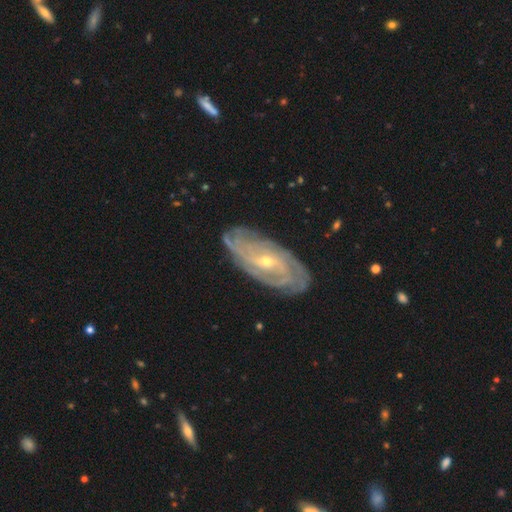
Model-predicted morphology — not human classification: A featured or disk galaxy (82%) with no bar (54%), tight (76%) spiral arms (94%) and a small central bulge (58%).

Vote fractions:
- Smooth or featured? featured or disk: 82% / smooth: 10% / star or artifact: 9%
- Edge-on disk? no: 91% / yes: 9%
- Bar? no: 54% / weak: 33% / strong: 12%
- Spiral arms? yes: 94% / no: 6%
- Spiral winding? tight: 76% / medium: 19% / loose: 5%
- Spiral arm count? can't tell: 38% / 2: 23% / 3: 15% / 4: 11% / more than 4: 7% / 1: 6%
- Bulge size? small: 58% / moderate: 39% / large: 1% / none: 1% / dominant: 1%
- Merging? none: 84% / minor disturbance: 12% / major disturbance: 3% / merger: 1%